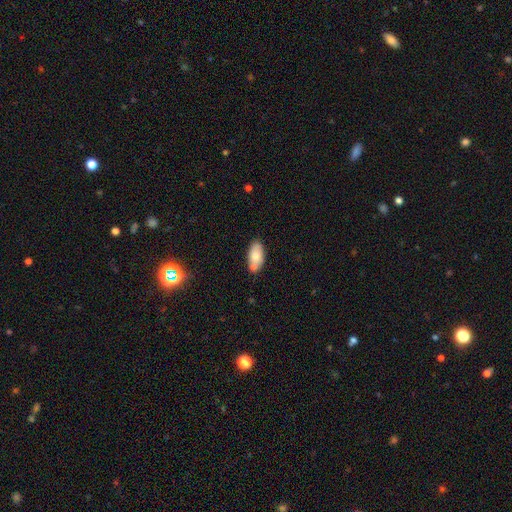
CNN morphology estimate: Smooth or featured: smooth — 75% (featured or disk — 17%)
How rounded: in between — 92% (cigar-shaped — 4%)
Merging: none — 59% (merger — 21%)